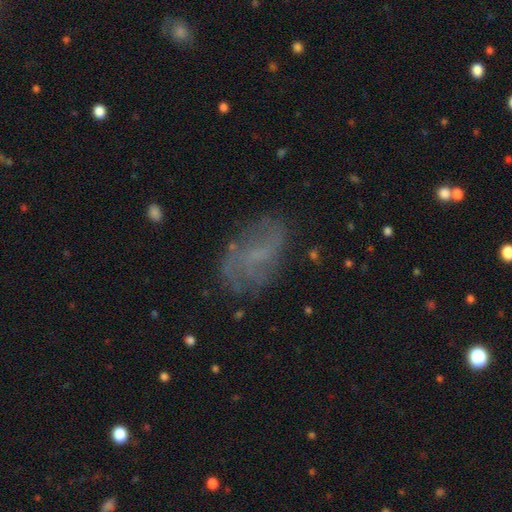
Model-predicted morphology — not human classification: featured or disk 52%, smooth 31%, star or artifact 16%. Down the decision tree: edge-on disk — no (95%); merging — none (71%).